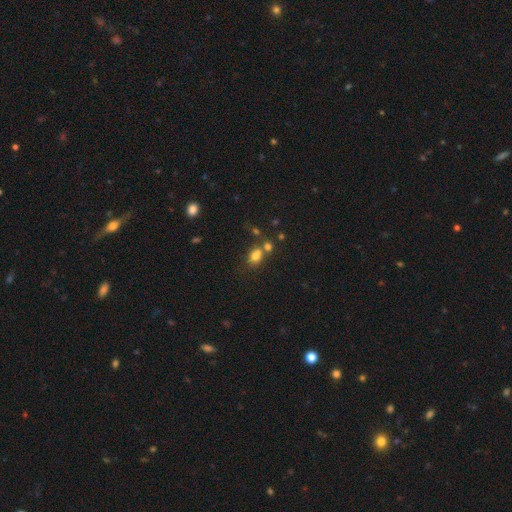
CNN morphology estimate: Smooth or featured? Predicted: smooth (p=0.74). How rounded? Predicted: in between (p=0.52). Merging? Predicted: merger (p=0.44).